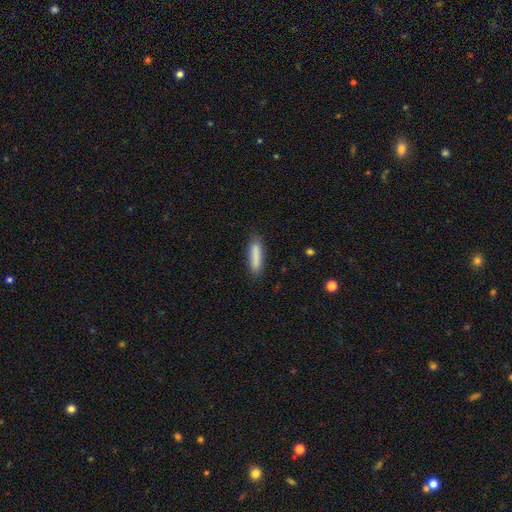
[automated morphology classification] Smooth or featured? Predicted: smooth (p=0.86). How rounded? Predicted: cigar-shaped (p=0.74). Merging? Predicted: none (p=0.84).